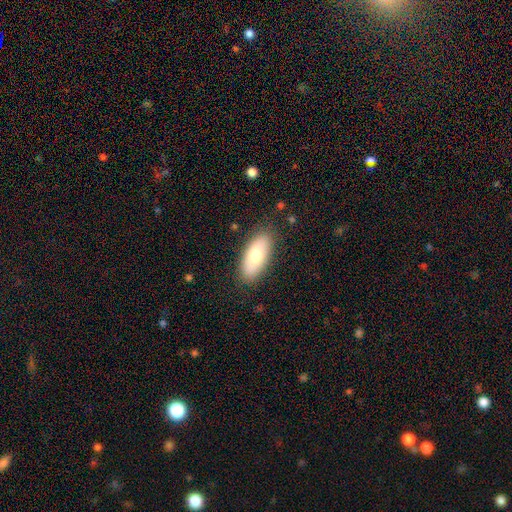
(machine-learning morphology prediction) This is likely a smooth galaxy (74%). How rounded: clearly in between (87%). Merging: clearly none (86%).